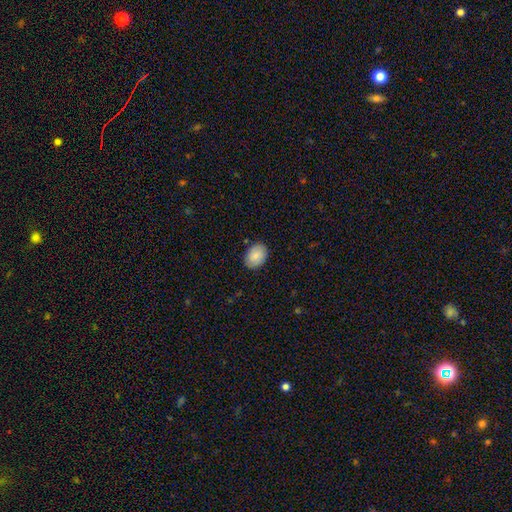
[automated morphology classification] This is clearly a smooth galaxy (82%). How rounded: likely in between (72%). Merging: clearly none (86%).